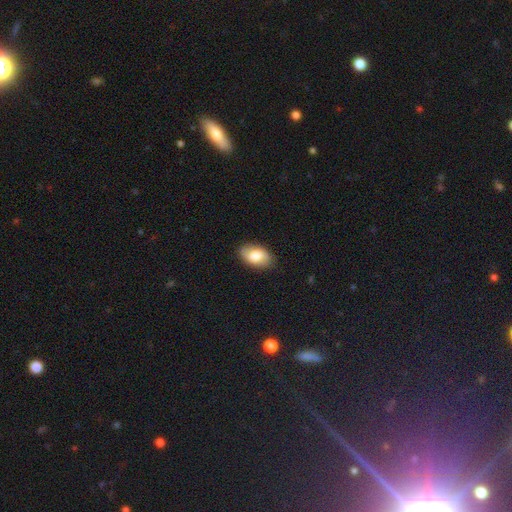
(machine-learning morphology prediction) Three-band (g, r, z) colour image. It shows a smooth galaxy with no disk features (75%) that is in between round and cigar-shaped (92%). Merging: none (86%).